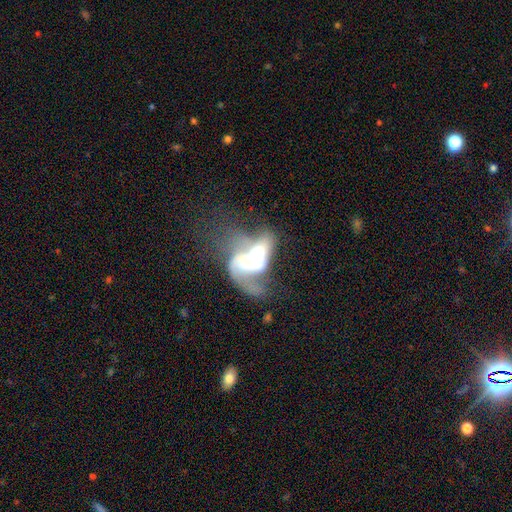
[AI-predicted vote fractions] Overall: featured or disk (69%). Edge-on disk: no (96%). Bar: no (65%; weak 25%). Spiral arms: yes (69%; no 31%). Bulge size: moderate (45%; large 30%). Merging: merger (52%; major disturbance 31%).